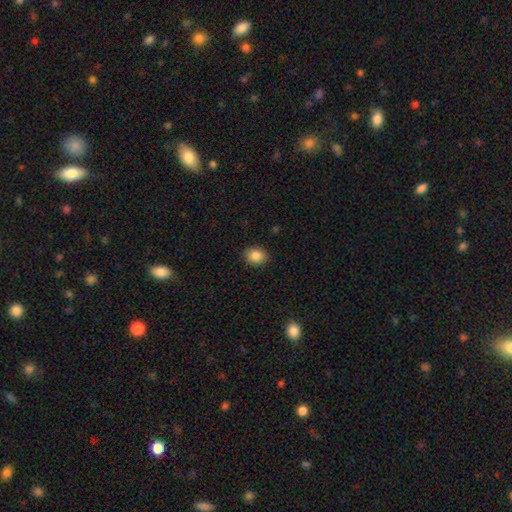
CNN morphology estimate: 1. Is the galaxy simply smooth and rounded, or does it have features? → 86% smooth, 9% star or artifact, 5% featured or disk.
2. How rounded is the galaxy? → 51% round, 48% in between, 1% cigar-shaped.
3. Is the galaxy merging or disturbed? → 89% none, 8% minor disturbance, 2% major disturbance, 1% merger.